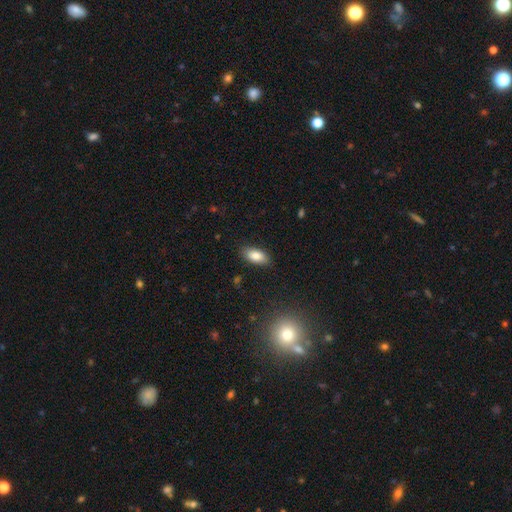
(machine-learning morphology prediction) type=smooth (84%); roundness=in between (90%); merging=none (86%).